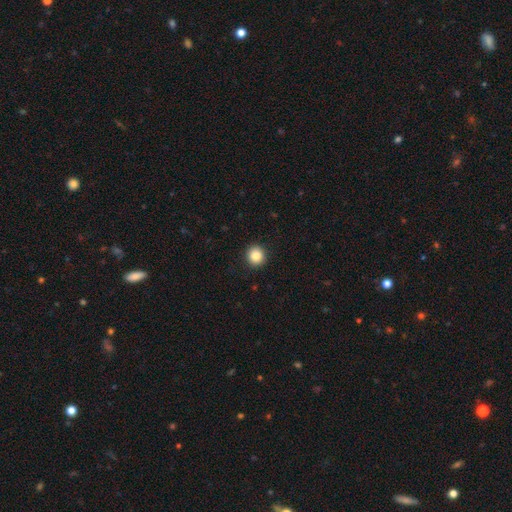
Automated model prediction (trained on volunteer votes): Overall: smooth (85%). How rounded: round (94%). Merging: none (93%).